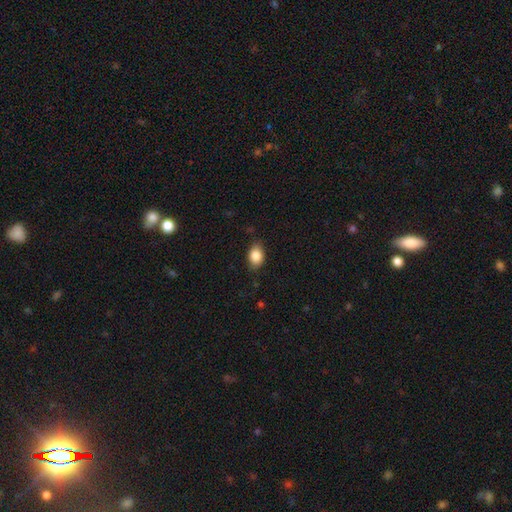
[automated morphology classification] type=smooth (85%); roundness=in between (80%); merging=none (80%).